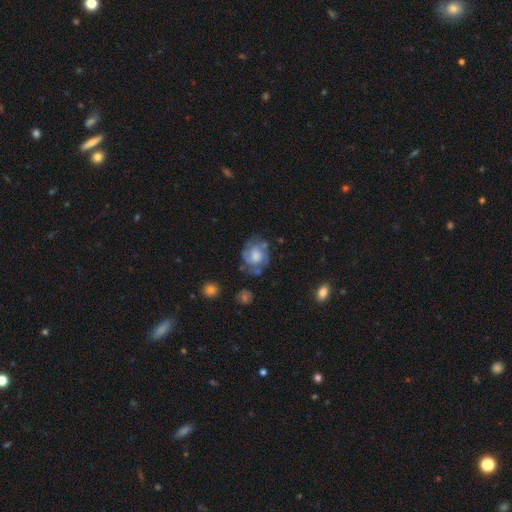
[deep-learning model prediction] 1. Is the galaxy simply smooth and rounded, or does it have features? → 66% featured or disk, 26% smooth, 8% star or artifact.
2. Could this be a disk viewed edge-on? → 98% no, 2% yes.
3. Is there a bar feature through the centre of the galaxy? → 70% no, 26% weak, 4% strong.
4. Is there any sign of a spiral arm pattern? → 84% yes, 16% no.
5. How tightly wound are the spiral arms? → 46% tight, 40% medium, 14% loose.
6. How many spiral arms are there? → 42% 2, 27% can't tell, 19% 3, 5% 1, 4% 4, 3% more than 4.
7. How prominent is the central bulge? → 40% moderate, 31% large, 15% small, 11% none, 3% dominant.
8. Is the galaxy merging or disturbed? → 62% none, 21% minor disturbance, 12% major disturbance, 5% merger.